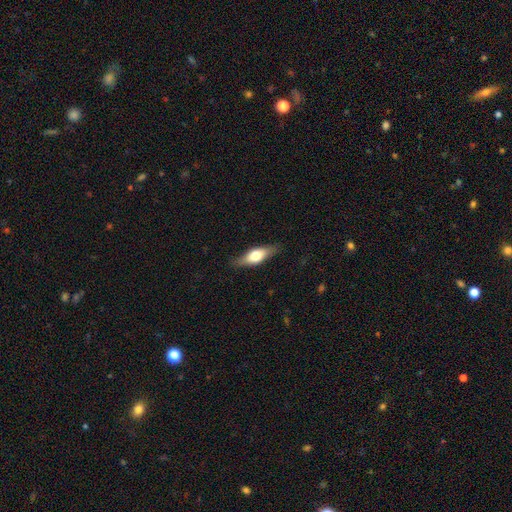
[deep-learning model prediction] The model was most divided on "smooth or featured": smooth: 55%, featured or disk: 40%, star or artifact: 6%. More confident: merging — none (82%); how rounded — in between (62%).